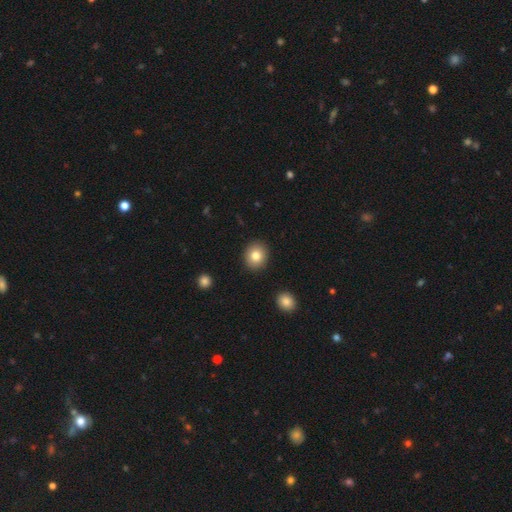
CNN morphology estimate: type=smooth (81%); roundness=round (78%); merging=none (91%).